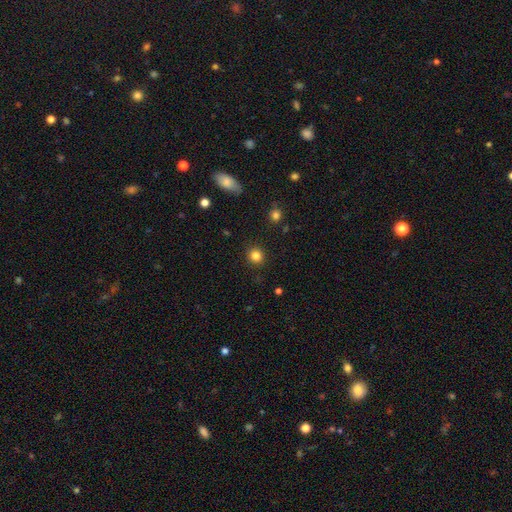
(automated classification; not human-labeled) smooth-or-featured: smooth: 83% | star or artifact: 13% | featured or disk: 4%
  how-rounded: round: 90% | in between: 9% | cigar-shaped: 1%
  merging: none: 91% | minor disturbance: 6% | major disturbance: 2% | merger: 1%